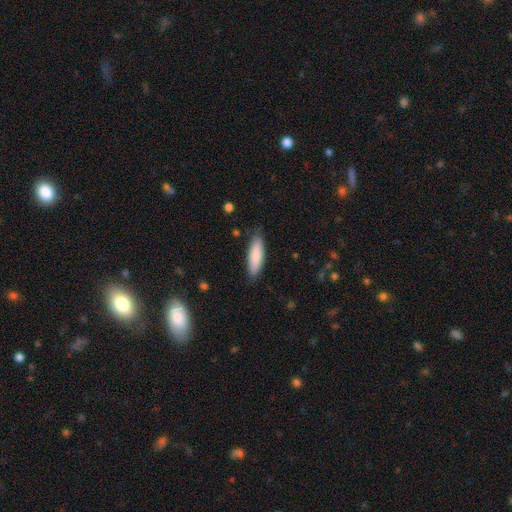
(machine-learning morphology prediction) A smooth galaxy with no disk features (84%) that is cigar-shaped (52%). Merging: none (82%).